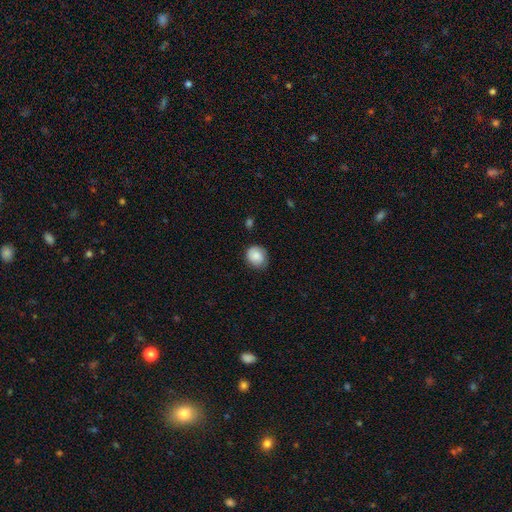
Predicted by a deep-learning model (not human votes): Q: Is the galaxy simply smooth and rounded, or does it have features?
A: smooth — 84%.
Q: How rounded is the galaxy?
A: round — 72%.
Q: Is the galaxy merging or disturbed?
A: none — 71%.